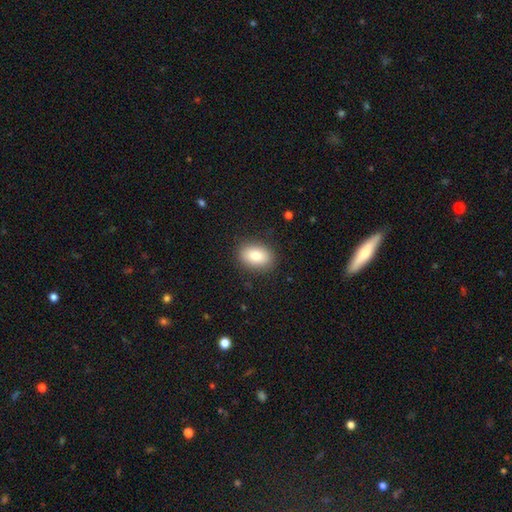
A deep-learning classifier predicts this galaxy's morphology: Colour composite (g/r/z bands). It shows a smooth galaxy with no disk features (82%) that is in between round and cigar-shaped (76%). Merging: none (87%).